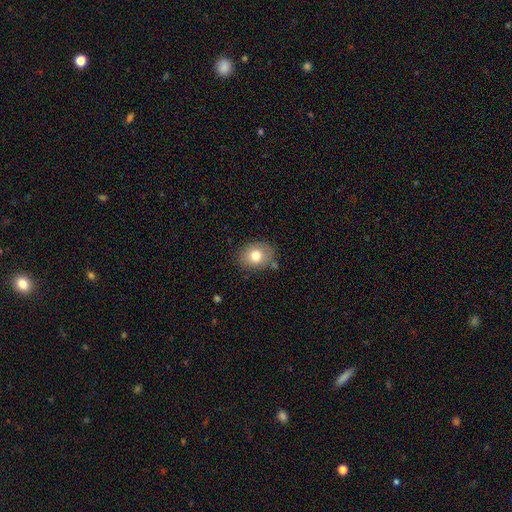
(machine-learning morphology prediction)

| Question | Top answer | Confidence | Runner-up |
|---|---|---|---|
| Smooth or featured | smooth | 77% | featured or disk (14%) |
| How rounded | in between | 51% | round (48%) |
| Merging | none | 77% | minor disturbance (15%) |